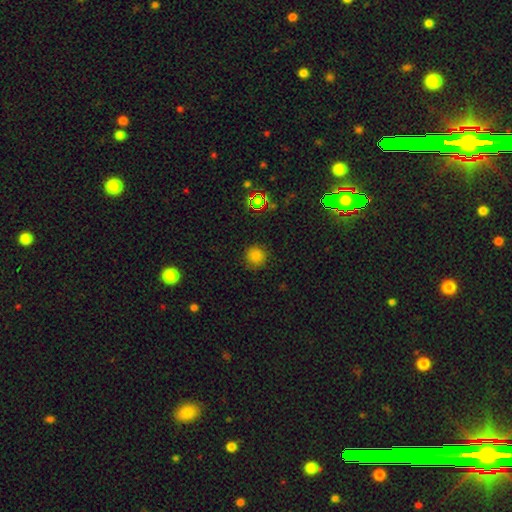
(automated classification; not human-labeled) smooth 79%, star or artifact 17%, featured or disk 5%. Down the decision tree: how rounded — round (94%); merging — none (88%).